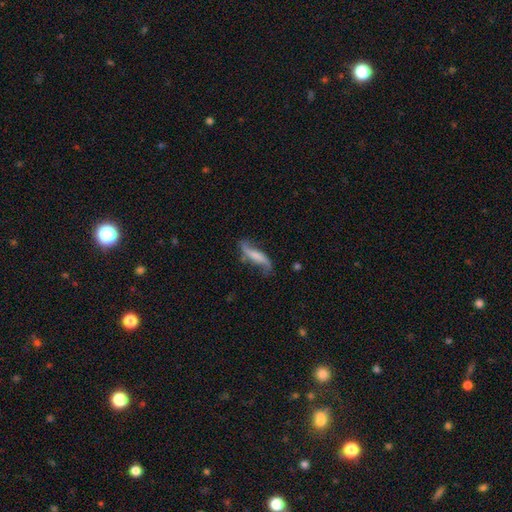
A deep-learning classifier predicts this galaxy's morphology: Overall: featured or disk (62%; smooth 31%). Edge-on disk: no (73%). Merging: none (59%; minor disturbance 25%).